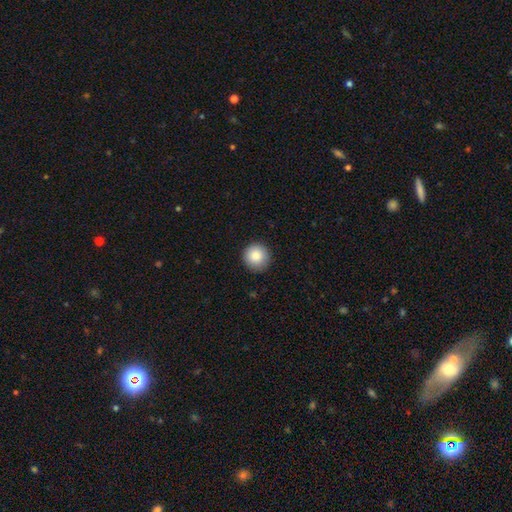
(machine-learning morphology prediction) This appears to be a smooth galaxy with no disk features (86%) that is round (95%). Merging: none (91%).